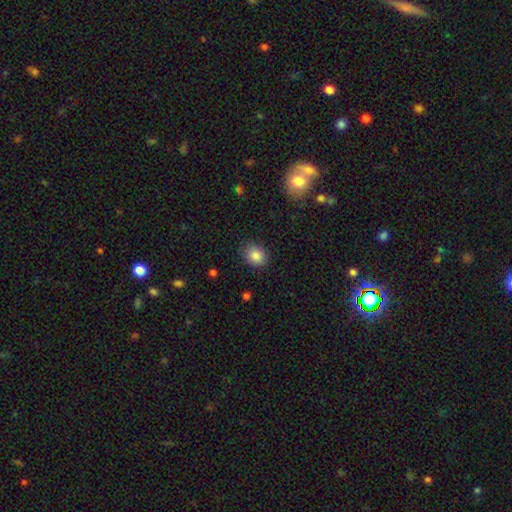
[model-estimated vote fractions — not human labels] This is clearly a smooth galaxy (85%). How rounded: possibly round (52%). Merging: clearly none (85%).